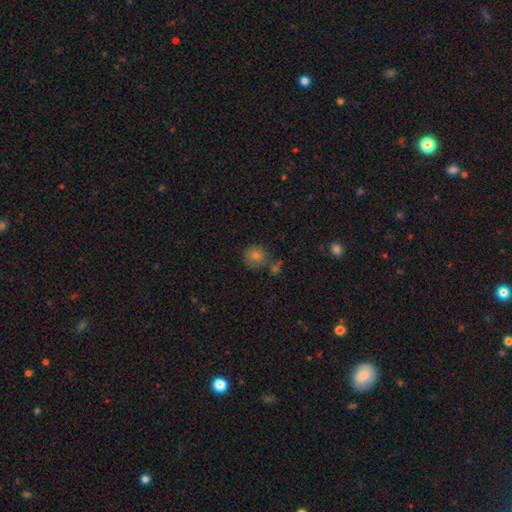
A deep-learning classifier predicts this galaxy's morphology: type=smooth (73%); roundness=round (92%); merging=none (77%).